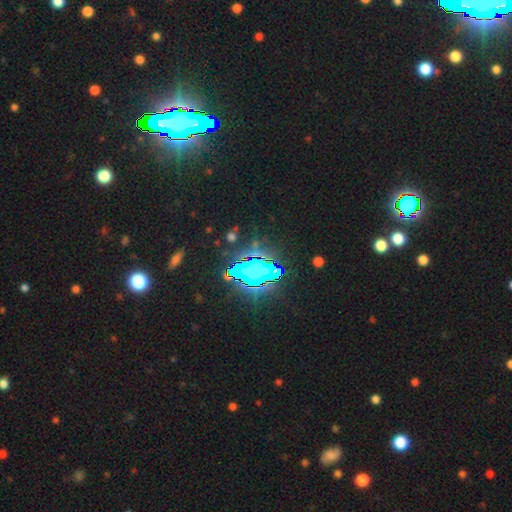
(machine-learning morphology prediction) Smooth or featured? star or artifact (82%)